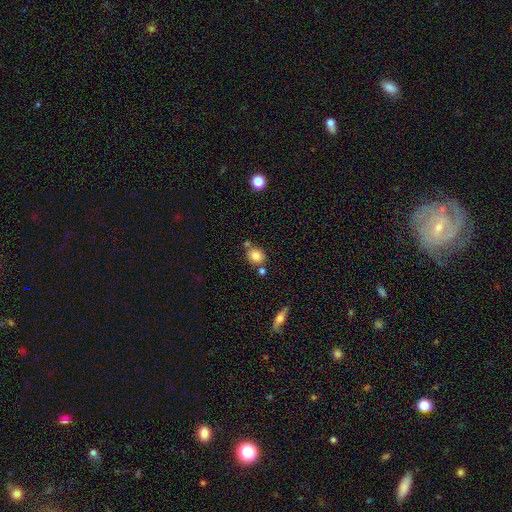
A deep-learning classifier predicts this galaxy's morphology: Smooth or featured? smooth (81%)
How rounded? round (68%)
Merging? none (66%)